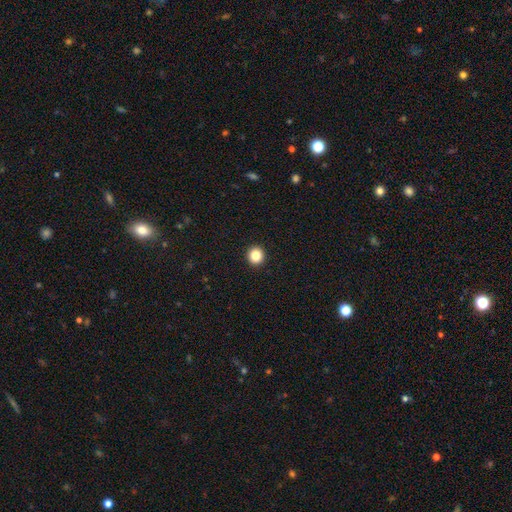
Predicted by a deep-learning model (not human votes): Morphology: type=smooth (85%); roundness=round (92%); merging=none (94%).